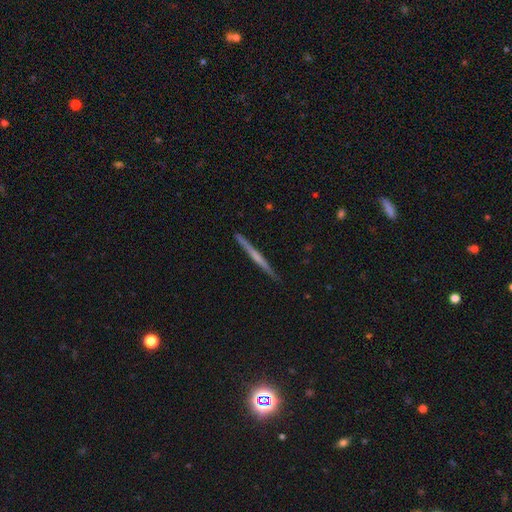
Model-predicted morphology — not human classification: type=featured or disk (59%); edge-on=yes (98%); edge-on bulge=none (73%); merging=none (91%).